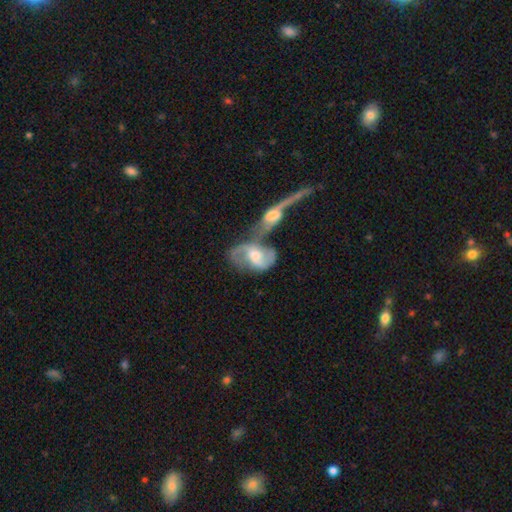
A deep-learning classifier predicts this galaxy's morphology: This is likely a featured or disk galaxy (76%). It is clearly not viewed edge-on (94%). Bar: possibly weak (46%). Spiral arm pattern: clearly yes (89%). Spiral arm count: clearly 2 (82%). Spiral winding: possibly loose (56%). Central bulge: possibly moderate (58%). Merging: likely merger (71%).